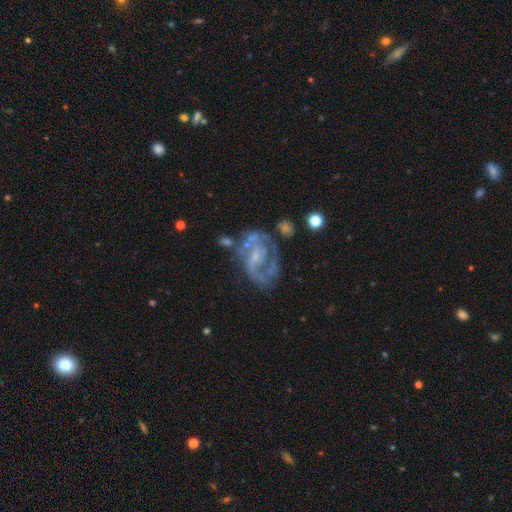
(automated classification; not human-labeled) featured or disk 82%, smooth 10%, star or artifact 8%. Down the decision tree: edge-on disk — no (97%); bar — weak (44%); spiral arms — yes (87%); spiral arm count — 2 (61%); spiral winding — medium (47%); bulge size — small (58%); merging — none (51%).